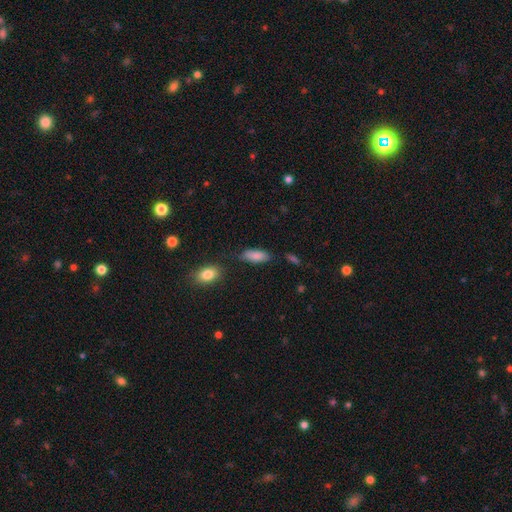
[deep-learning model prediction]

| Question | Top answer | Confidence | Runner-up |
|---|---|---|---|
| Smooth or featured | smooth | 86% | star or artifact (7%) |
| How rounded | in between | 78% | cigar-shaped (20%) |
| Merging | none | 70% | minor disturbance (19%) |